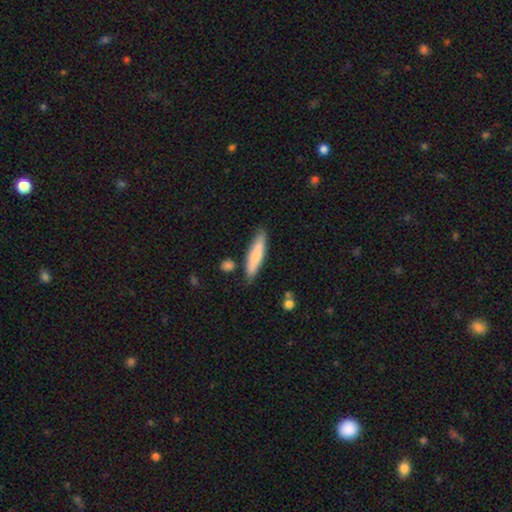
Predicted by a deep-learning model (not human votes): This appears to be a smooth galaxy with no disk features (73%) that is cigar-shaped (80%). Merging: none (81%).